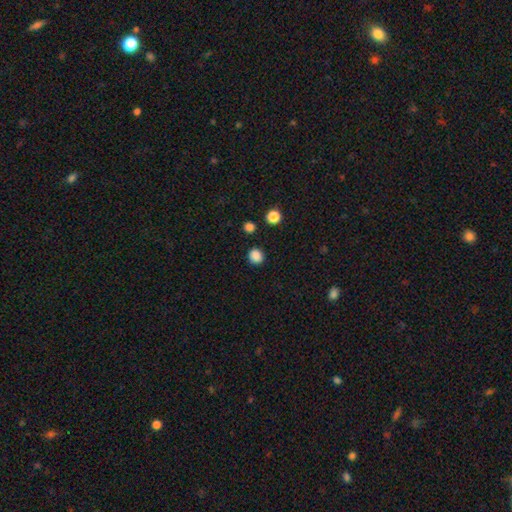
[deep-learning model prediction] Morphology: type=smooth (86%); roundness=round (86%); merging=none (88%).